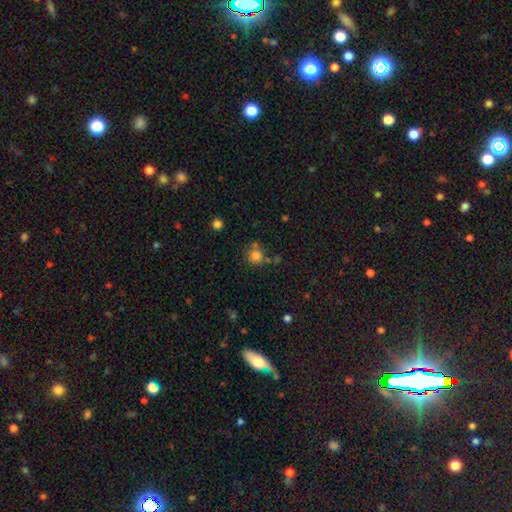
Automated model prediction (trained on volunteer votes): This is clearly a smooth galaxy (81%). How rounded: clearly round (90%). Merging: likely none (66%).